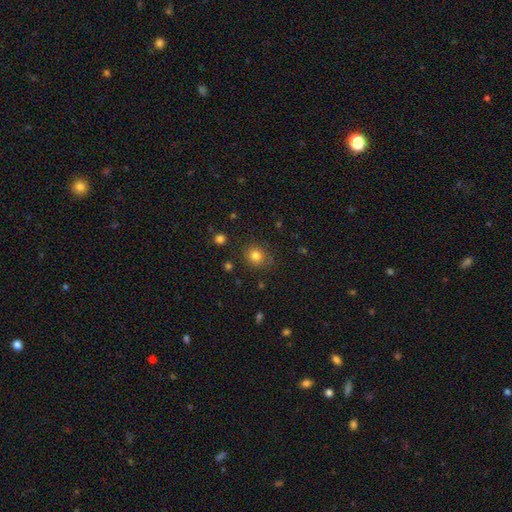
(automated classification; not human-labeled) smooth_or_featured: smooth (p=0.81) [alt: star or artifact p=0.13]
how_rounded: round (p=0.76) [alt: in between p=0.23]
merging: none (p=0.81) [alt: minor disturbance p=0.13]